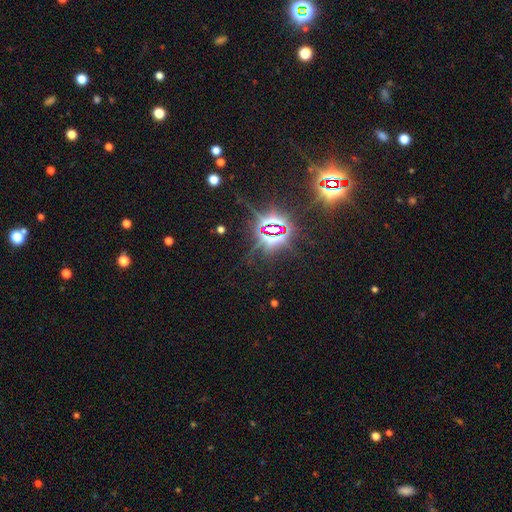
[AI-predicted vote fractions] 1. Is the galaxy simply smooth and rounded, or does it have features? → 85% star or artifact, 8% smooth, 7% featured or disk.